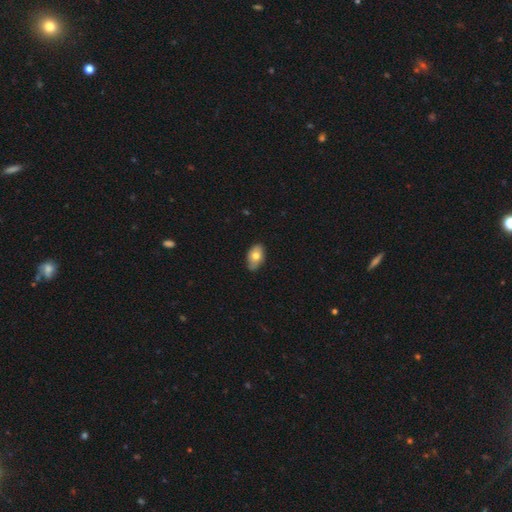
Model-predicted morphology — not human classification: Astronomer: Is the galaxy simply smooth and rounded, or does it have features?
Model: smooth — 72%.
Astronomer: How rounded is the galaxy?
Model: in between — 91%.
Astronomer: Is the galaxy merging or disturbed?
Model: none — 80%.